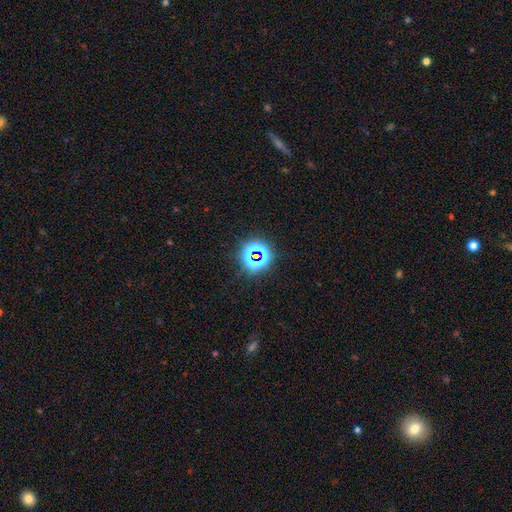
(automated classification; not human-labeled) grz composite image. It shows a star or artifact, not a galaxy (72%).